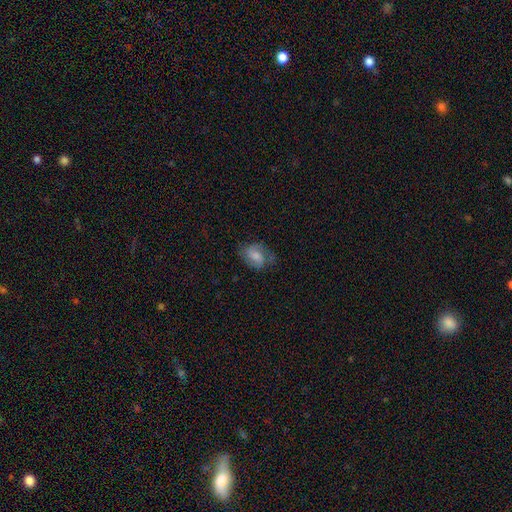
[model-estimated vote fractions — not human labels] Smooth or featured? Predicted: smooth (p=0.48). Merging? Predicted: none (p=0.58).